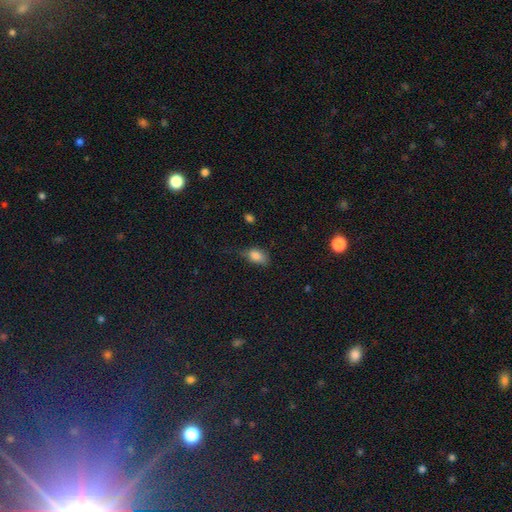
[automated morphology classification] Smooth or featured: smooth — 82% (star or artifact — 10%)
How rounded: in between — 83% (round — 14%)
Merging: none — 47% (minor disturbance — 35%)